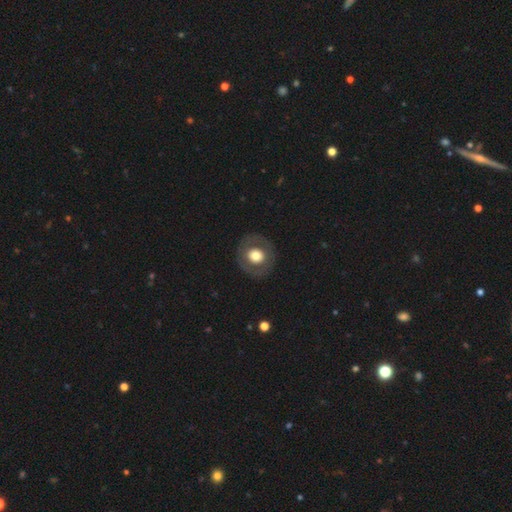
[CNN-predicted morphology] Smooth or featured? Predicted: smooth (p=0.57). How rounded? Predicted: round (p=0.85). Merging? Predicted: none (p=0.86).